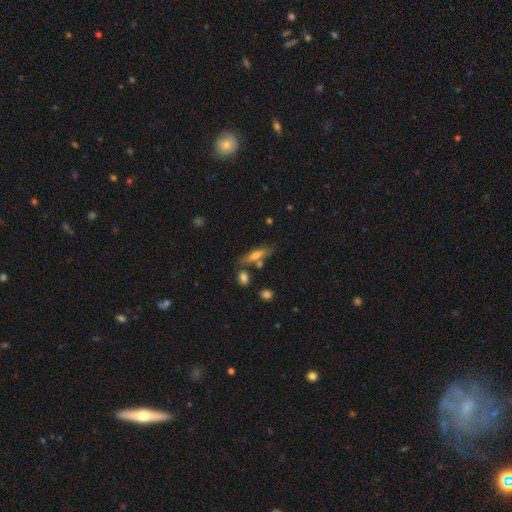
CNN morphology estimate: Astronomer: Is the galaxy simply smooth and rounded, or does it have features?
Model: smooth — 56% (runner-up: featured or disk, 36%).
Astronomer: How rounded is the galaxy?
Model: cigar-shaped — 70%.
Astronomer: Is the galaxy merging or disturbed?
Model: none — 71%.